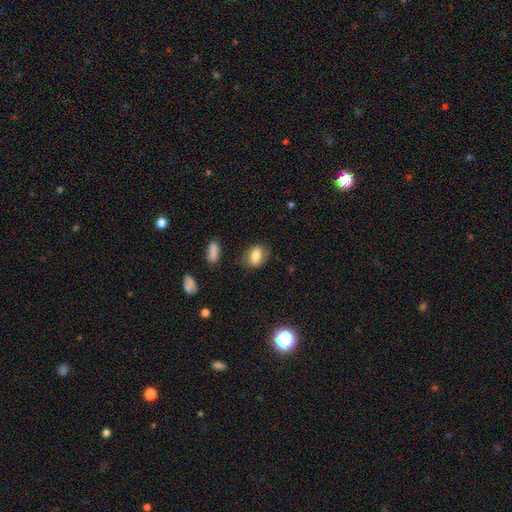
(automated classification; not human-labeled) smooth_or_featured: smooth (p=0.78) [alt: featured or disk p=0.13]
how_rounded: in between (p=0.79) [alt: round p=0.18]
merging: none (p=0.70) [alt: minor disturbance p=0.21]